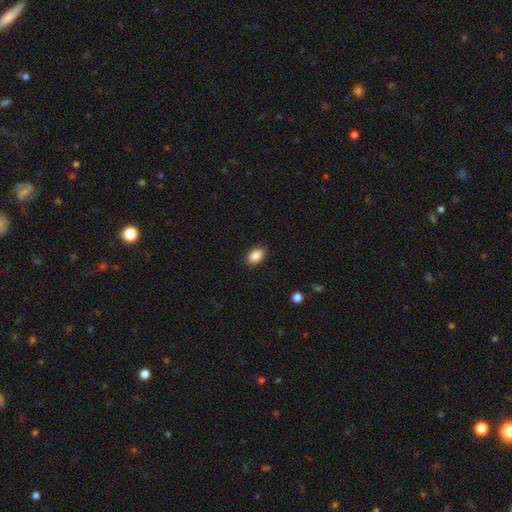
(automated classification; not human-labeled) A smooth galaxy with no disk features (88%) that is in between round and cigar-shaped (87%). Merging: none (88%).